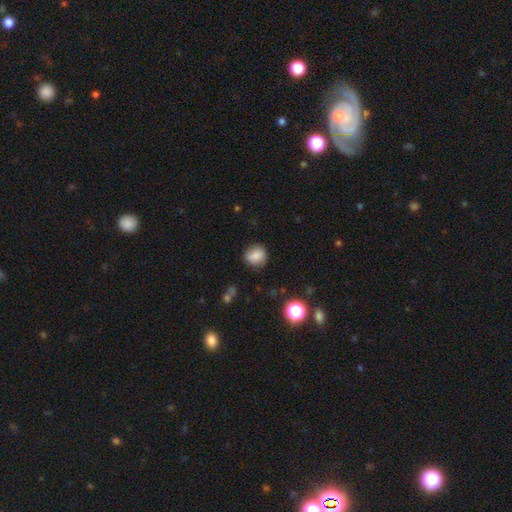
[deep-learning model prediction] smooth_or_featured: smooth (p=0.81) [alt: star or artifact p=0.11]
how_rounded: round (p=0.81) [alt: in between p=0.18]
merging: none (p=0.82) [alt: minor disturbance p=0.13]